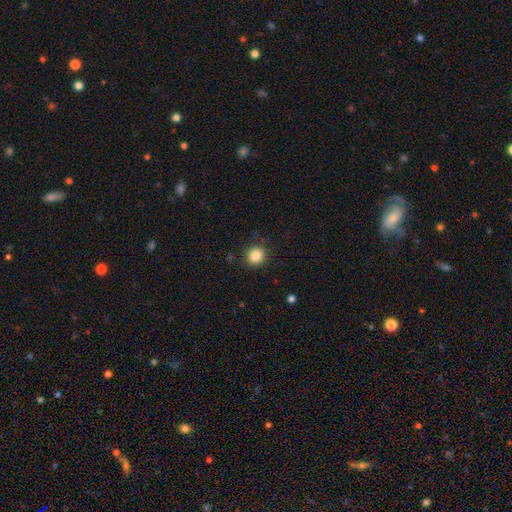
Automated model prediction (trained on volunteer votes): Smooth or featured? smooth (85%)
How rounded? round (88%)
Merging? none (87%)